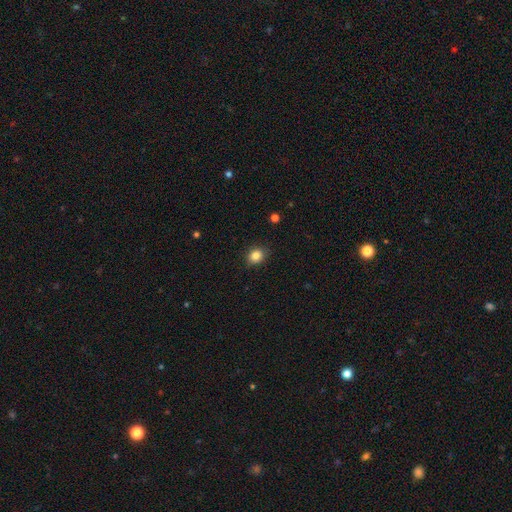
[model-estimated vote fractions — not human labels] smooth_or_featured: smooth (p=0.85) [alt: star or artifact p=0.11]
how_rounded: round (p=0.61) [alt: in between p=0.38]
merging: none (p=0.86) [alt: minor disturbance p=0.10]